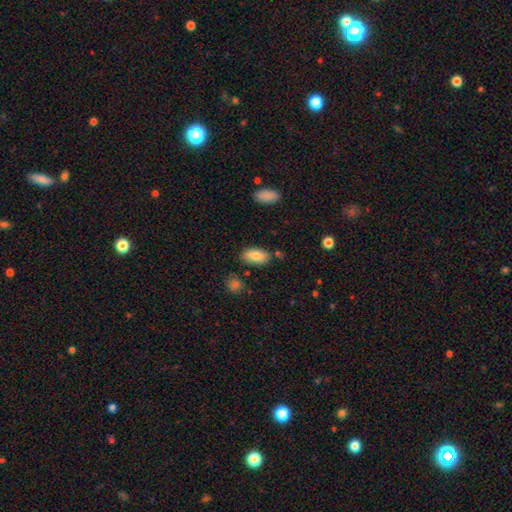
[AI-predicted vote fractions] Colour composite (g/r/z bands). It shows a smooth galaxy with no disk features (84%) that is in between round and cigar-shaped (92%). Merging: none (79%).